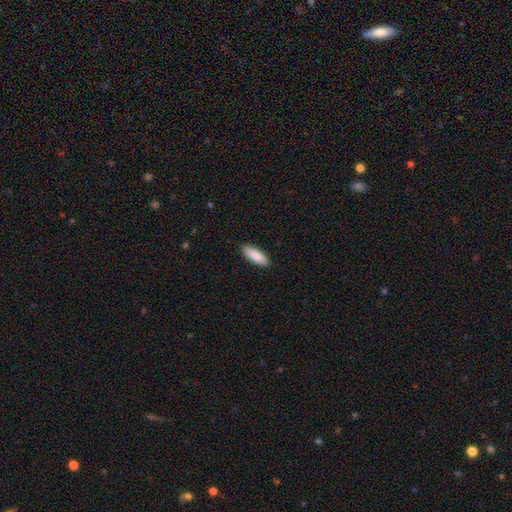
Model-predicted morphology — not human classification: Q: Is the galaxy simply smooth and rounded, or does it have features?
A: smooth — 89%.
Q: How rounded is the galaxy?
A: in between — 63%.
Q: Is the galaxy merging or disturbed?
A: none — 89%.